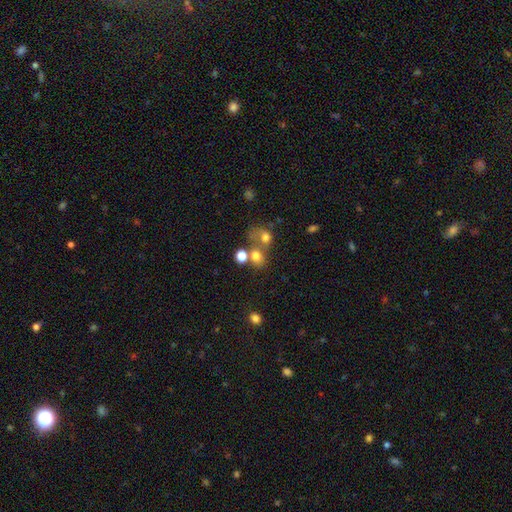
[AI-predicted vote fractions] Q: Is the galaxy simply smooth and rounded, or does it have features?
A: smooth — 71%.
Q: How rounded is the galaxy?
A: round — 67%.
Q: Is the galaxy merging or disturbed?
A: none — 42%.